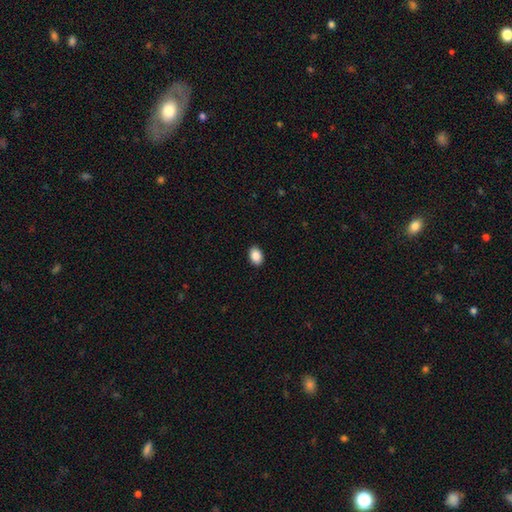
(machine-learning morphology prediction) A smooth galaxy with no disk features (89%) that is in between round and cigar-shaped (83%). Merging: none (90%).